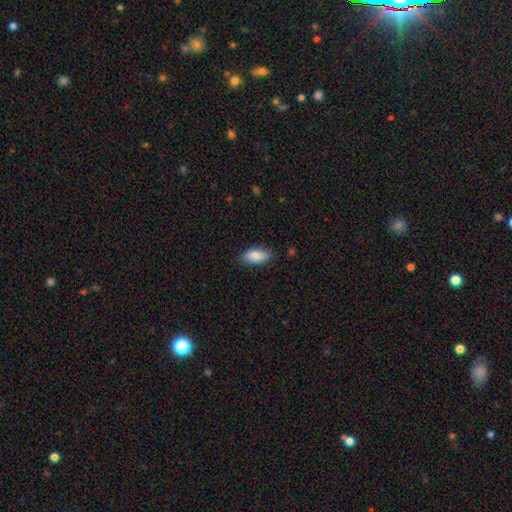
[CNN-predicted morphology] Smooth or featured: smooth — 85% (featured or disk — 9%)
How rounded: in between — 86% (cigar-shaped — 11%)
Merging: none — 83% (minor disturbance — 14%)